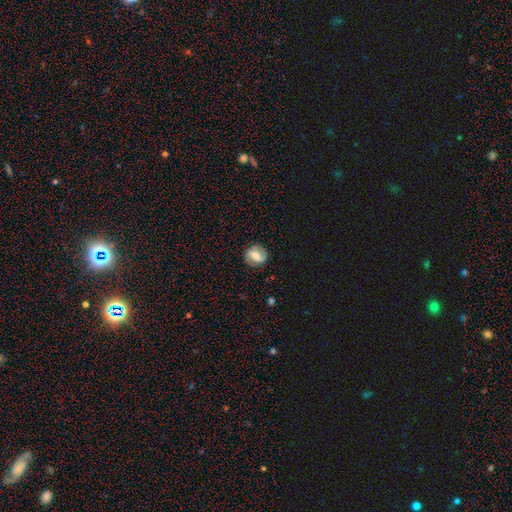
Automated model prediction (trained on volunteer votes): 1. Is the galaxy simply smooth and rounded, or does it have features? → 47% featured or disk, 45% smooth, 8% star or artifact.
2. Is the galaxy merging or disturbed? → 83% none, 12% minor disturbance, 4% major disturbance, 1% merger.